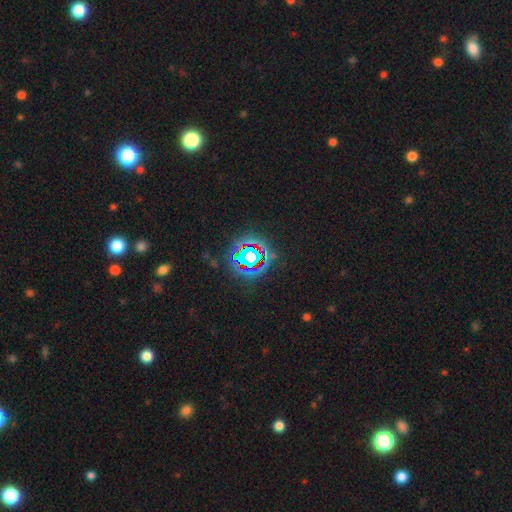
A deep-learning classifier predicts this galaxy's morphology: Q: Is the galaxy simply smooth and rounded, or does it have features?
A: star or artifact — 80%.